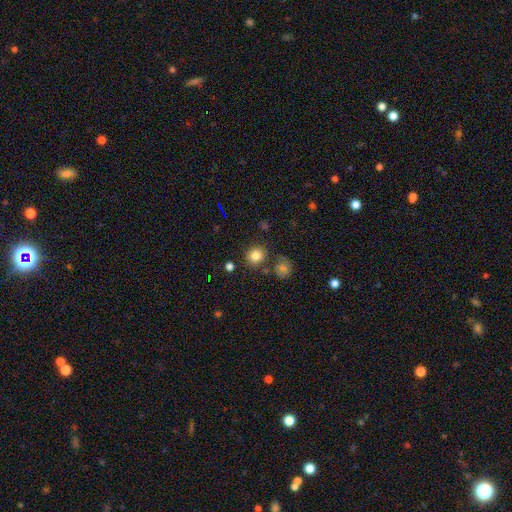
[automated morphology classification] This is clearly a smooth galaxy (81%). How rounded: clearly round (83%). Merging: likely none (78%).